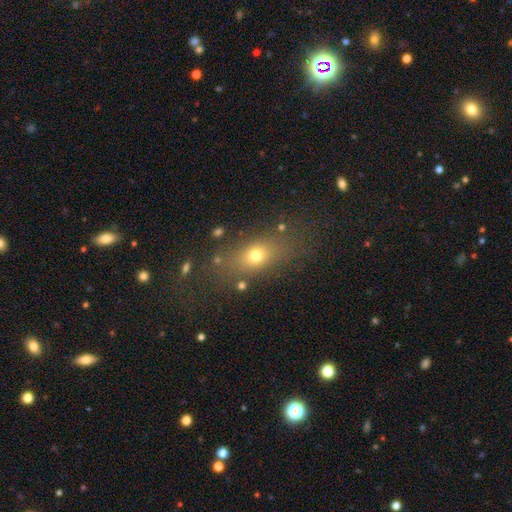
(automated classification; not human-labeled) Smooth or featured: smooth — 68% (star or artifact — 16%)
How rounded: in between — 61% (round — 25%)
Merging: none — 72% (minor disturbance — 14%)